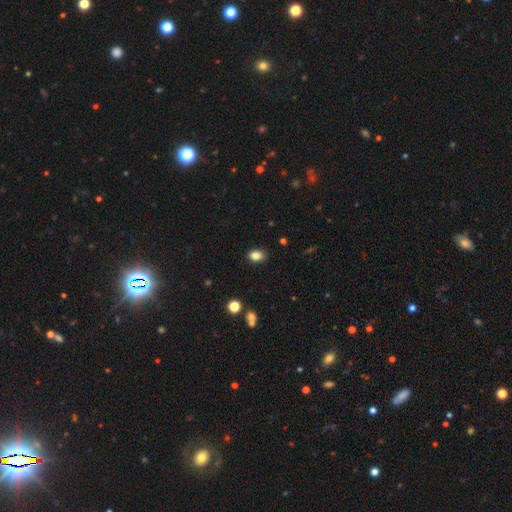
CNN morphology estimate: Overall: smooth (84%). How rounded: in between (75%). Merging: none (87%).